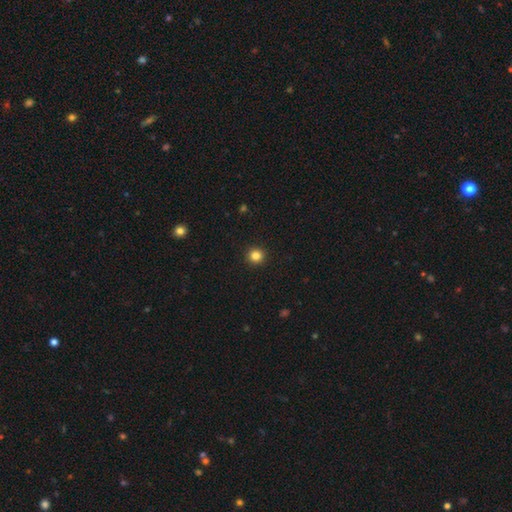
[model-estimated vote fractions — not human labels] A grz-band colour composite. It shows a smooth galaxy with no disk features (84%) that is round (95%). Merging: none (93%).